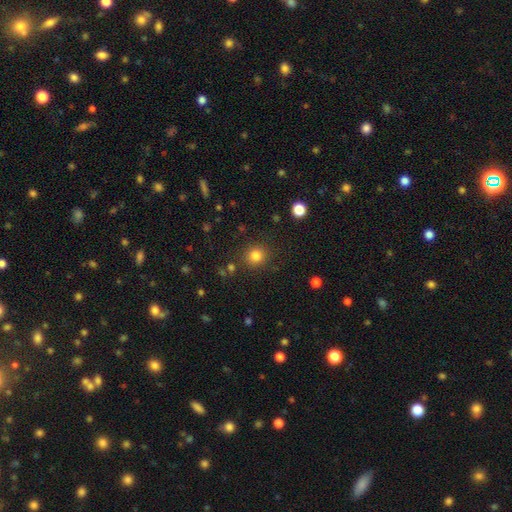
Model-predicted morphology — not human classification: Smooth or featured?
  - smooth: 81% *
  - star or artifact: 13%
  - featured or disk: 5%
How rounded?
  - round: 89% *
  - in between: 10%
  - cigar-shaped: 1%
Merging?
  - none: 87% *
  - minor disturbance: 7%
  - major disturbance: 3%
  - merger: 3%